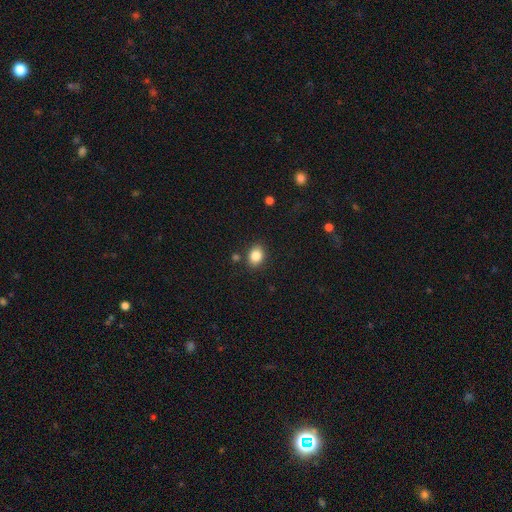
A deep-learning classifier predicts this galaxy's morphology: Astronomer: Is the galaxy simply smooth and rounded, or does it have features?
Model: smooth — 85%.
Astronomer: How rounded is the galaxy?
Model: in between — 56% (runner-up: round, 43%).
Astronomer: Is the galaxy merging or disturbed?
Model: none — 83%.